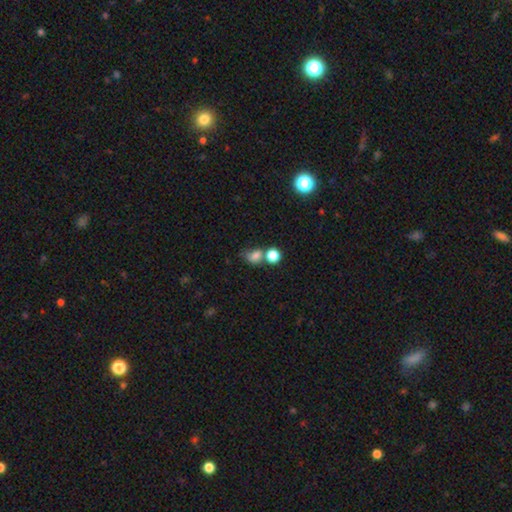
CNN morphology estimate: Smooth or featured? Predicted: smooth (p=0.76). How rounded? Predicted: in between (p=0.50). Merging? Predicted: none (p=0.40).